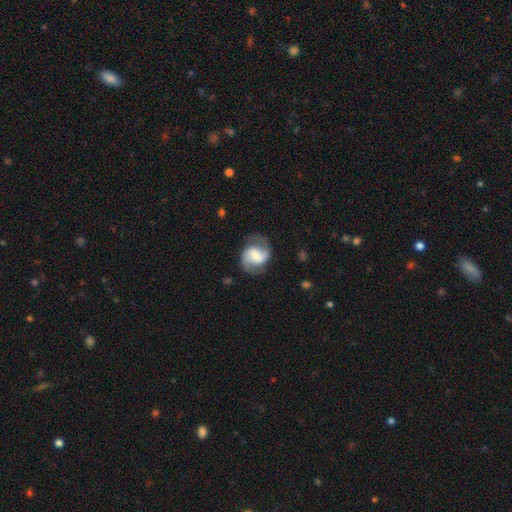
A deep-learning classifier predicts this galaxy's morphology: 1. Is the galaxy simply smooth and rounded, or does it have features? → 75% featured or disk, 19% smooth, 6% star or artifact.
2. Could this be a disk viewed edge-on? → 98% no, 2% yes.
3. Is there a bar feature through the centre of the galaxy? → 43% weak, 35% no, 22% strong.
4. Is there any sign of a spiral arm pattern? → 93% yes, 7% no.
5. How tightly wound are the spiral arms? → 51% medium, 28% loose, 22% tight.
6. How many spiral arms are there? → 90% 2, 4% can't tell, 2% 1, 1% 3, 1% 4, 1% more than 4.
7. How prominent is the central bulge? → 48% moderate, 33% small, 12% large, 5% none, 2% dominant.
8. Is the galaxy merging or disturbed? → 73% none, 17% minor disturbance, 9% major disturbance, 1% merger.